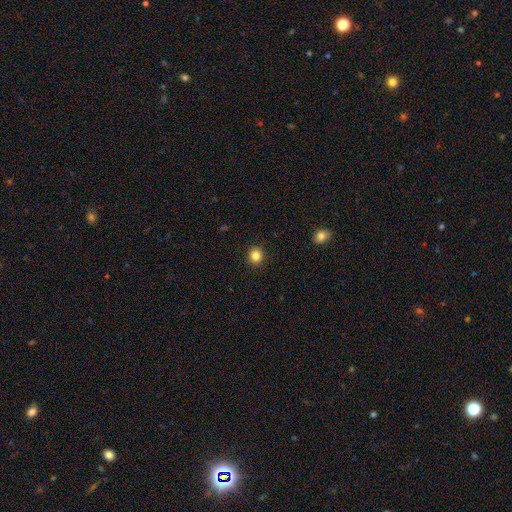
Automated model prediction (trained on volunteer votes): This appears to be a smooth galaxy with no disk features (84%) that is round (88%). Merging: none (92%).